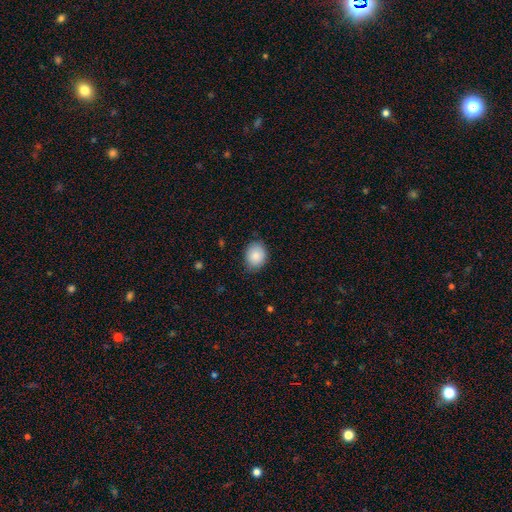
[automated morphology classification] This is clearly a smooth galaxy (87%). How rounded: possibly in between (52%). Merging: clearly none (80%).